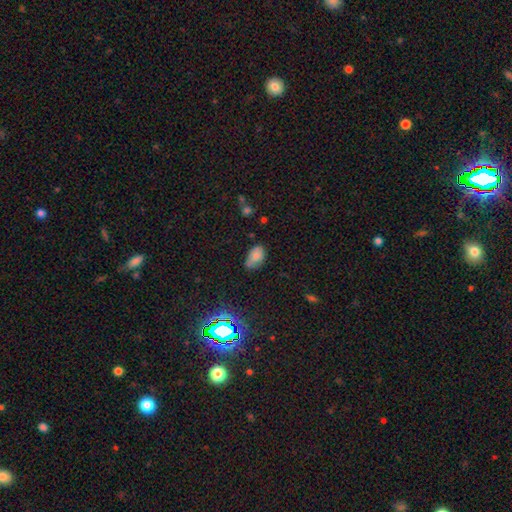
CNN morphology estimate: Smooth or featured: smooth — 74% (star or artifact — 13%)
How rounded: in between — 90% (round — 9%)
Merging: none — 52% (minor disturbance — 36%)